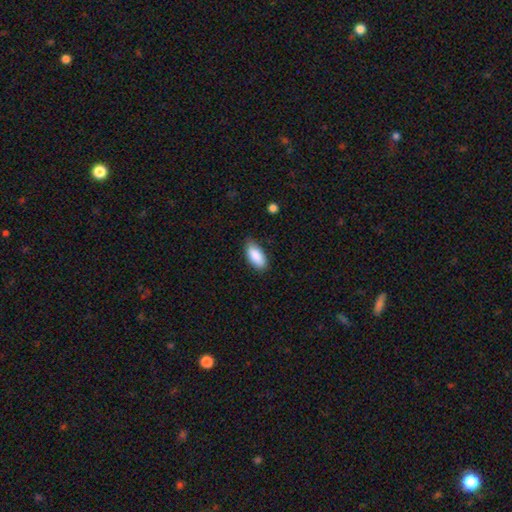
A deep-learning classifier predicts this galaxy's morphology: smooth 89%, star or artifact 6%, featured or disk 5%. Down the decision tree: how rounded — in between (89%); merging — none (77%).